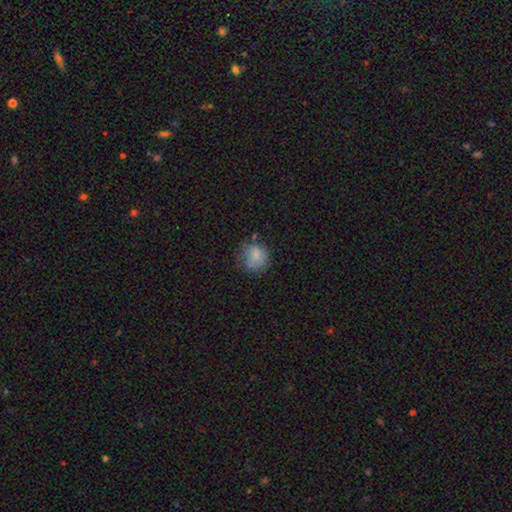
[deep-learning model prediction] Q: Smooth or featured?
A: smooth (77%); runner-up: featured or disk (12%)
Q: How rounded?
A: round (78%); runner-up: in between (21%)
Q: Merging?
A: none (60%); runner-up: minor disturbance (25%)